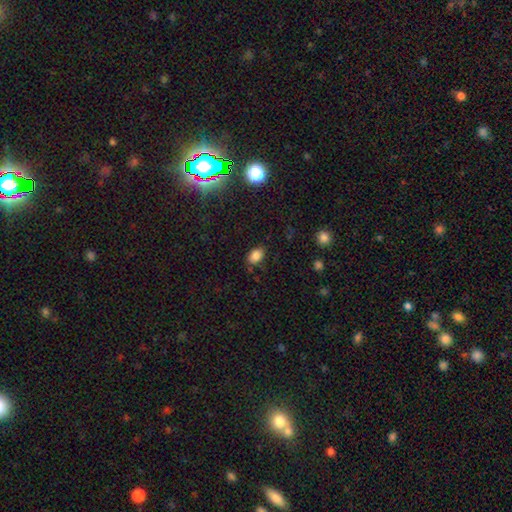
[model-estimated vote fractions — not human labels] This appears to be a smooth galaxy with no disk features (83%) that is in between round and cigar-shaped (87%). Merging: none (79%).